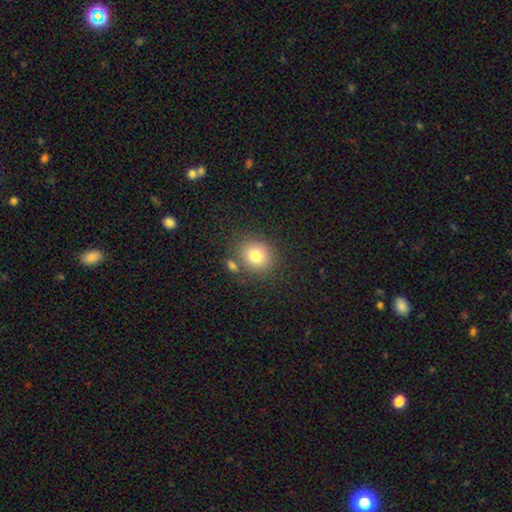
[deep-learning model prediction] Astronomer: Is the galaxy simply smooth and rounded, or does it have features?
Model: smooth — 79%.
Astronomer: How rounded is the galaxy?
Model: round — 74%.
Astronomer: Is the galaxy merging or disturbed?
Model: none — 74%.